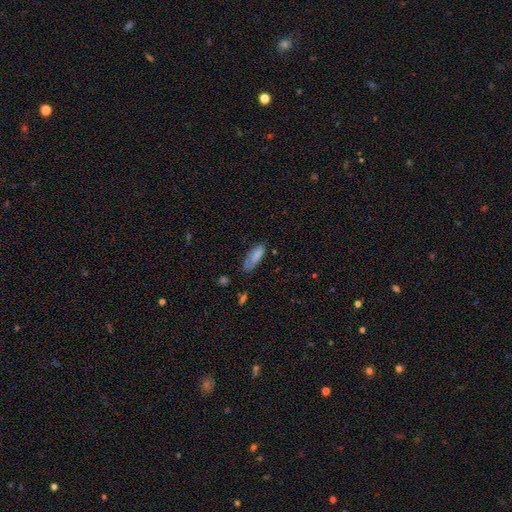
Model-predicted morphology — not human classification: Smooth or featured? Predicted: smooth (p=0.77). How rounded? Predicted: in between (p=0.70). Merging? Predicted: none (p=0.61).